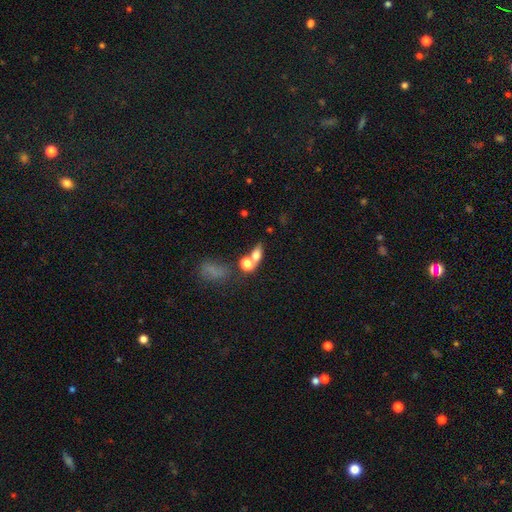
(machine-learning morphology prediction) Smooth or featured: smooth — 70% (featured or disk — 16%)
How rounded: in between — 60% (round — 32%)
Merging: none — 44% (merger — 39%)